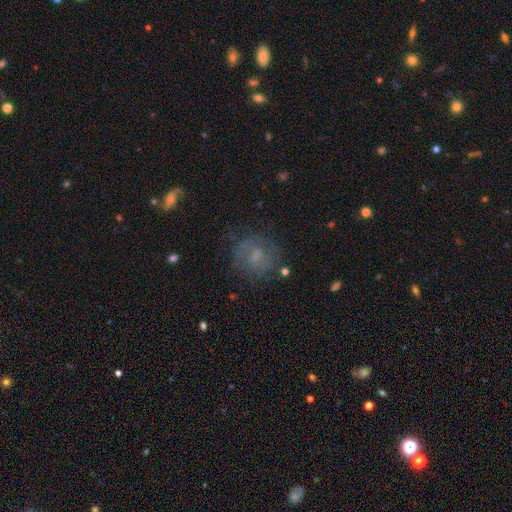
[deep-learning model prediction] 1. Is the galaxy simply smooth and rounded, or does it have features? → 43% featured or disk, 41% smooth, 16% star or artifact.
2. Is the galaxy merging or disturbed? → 70% none, 17% minor disturbance, 11% major disturbance, 2% merger.